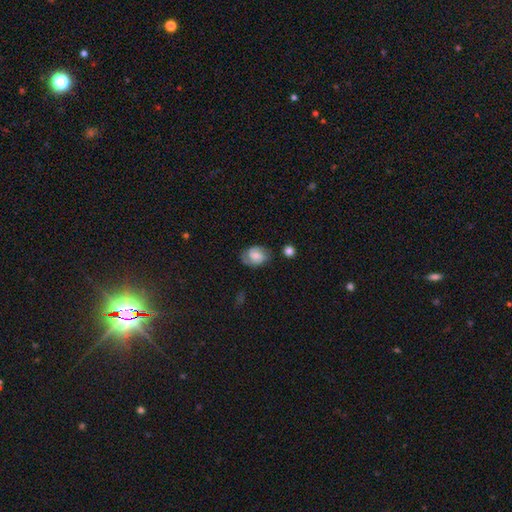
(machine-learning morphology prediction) smooth-or-featured: featured or disk: 53% | smooth: 39% | star or artifact: 8%
  disk-edge-on: no: 97% | yes: 3%
    bar: weak: 47% | no: 40% | strong: 14%
    has-spiral-arms: yes: 89% | no: 11%
    bulge-size: moderate: 39% | small: 36% | none: 13% | large: 10% | dominant: 2%
  merging: none: 68% | minor disturbance: 21% | major disturbance: 7% | merger: 3%